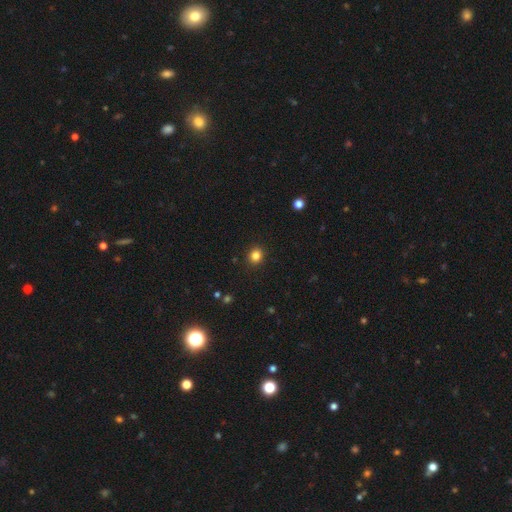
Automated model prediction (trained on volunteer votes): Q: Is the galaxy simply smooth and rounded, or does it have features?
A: smooth — 83%.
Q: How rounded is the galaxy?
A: round — 84%.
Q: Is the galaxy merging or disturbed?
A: none — 91%.